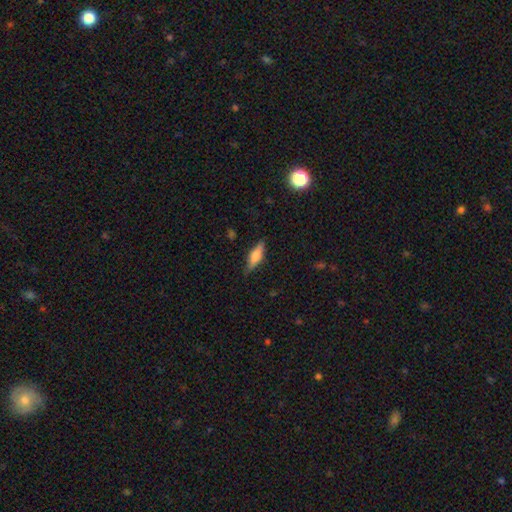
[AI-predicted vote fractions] Smooth or featured? Predicted: smooth (p=0.52). How rounded? Predicted: cigar-shaped (p=0.55). Merging? Predicted: none (p=0.83).